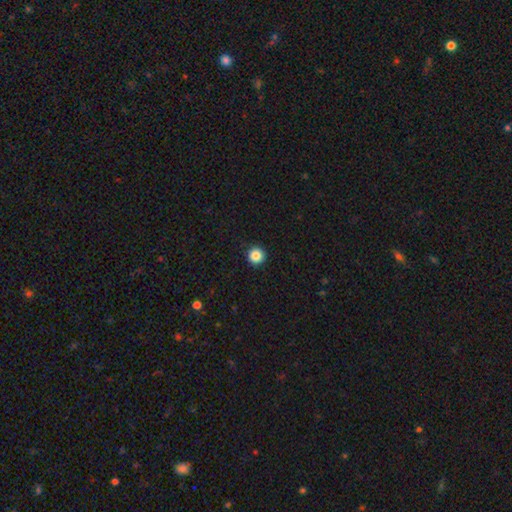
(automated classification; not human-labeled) A smooth galaxy with no disk features (86%) that is round (97%).

Vote fractions:
- Smooth or featured? smooth: 86% / star or artifact: 10% / featured or disk: 4%
- How rounded? round: 97% / in between: 3% / cigar-shaped: 1%
- Merging? none: 93% / minor disturbance: 4% / major disturbance: 1% / merger: 1%